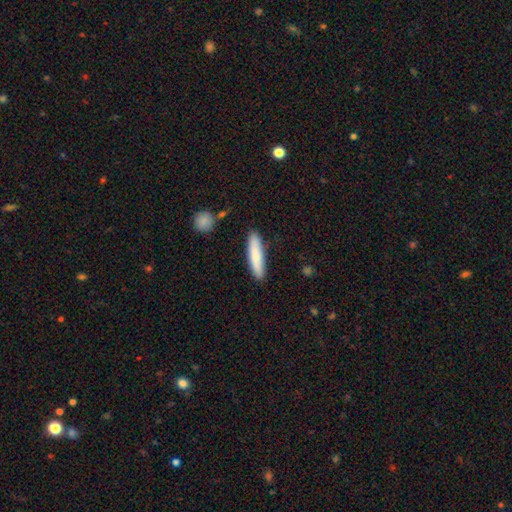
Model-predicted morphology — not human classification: smooth_or_featured: smooth (p=0.80) [alt: featured or disk p=0.15]
how_rounded: cigar-shaped (p=0.82) [alt: in between p=0.16]
merging: none (p=0.88) [alt: minor disturbance p=0.08]